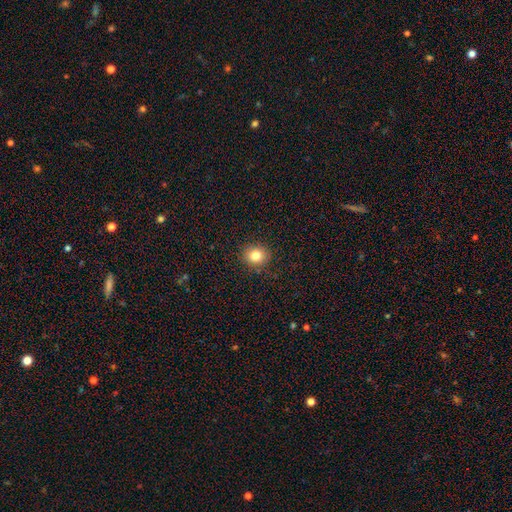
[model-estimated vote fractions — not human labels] Q: Smooth or featured?
A: smooth (82%); runner-up: star or artifact (11%)
Q: How rounded?
A: round (79%); runner-up: in between (21%)
Q: Merging?
A: none (90%); runner-up: minor disturbance (7%)